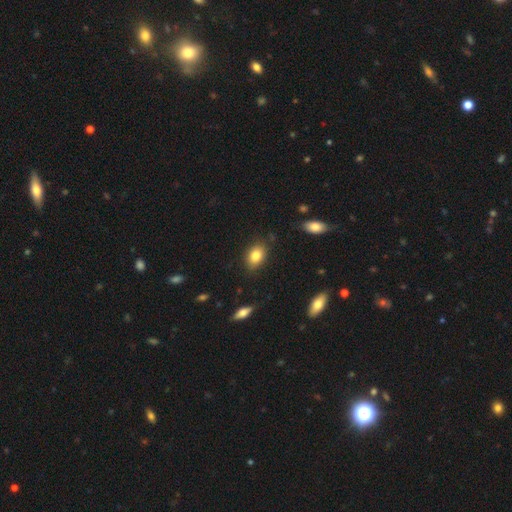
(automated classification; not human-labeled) smooth 83%, featured or disk 9%, star or artifact 8%. Down the decision tree: how rounded — in between (81%); merging — none (84%).